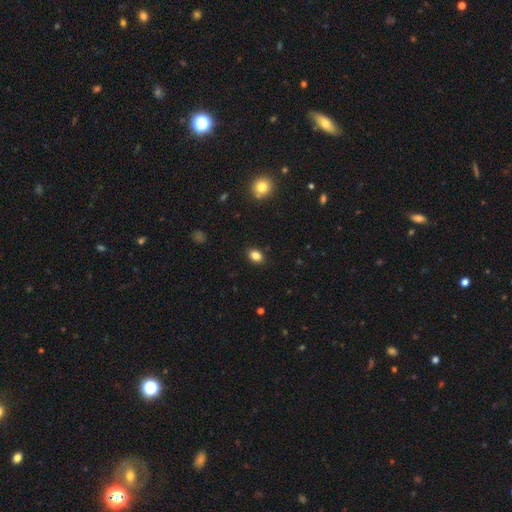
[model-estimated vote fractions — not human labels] A smooth galaxy with no disk features (85%) that is in between round and cigar-shaped (71%). Merging: none (88%).